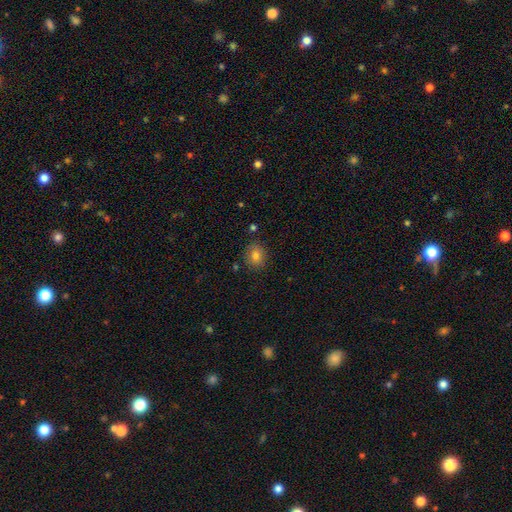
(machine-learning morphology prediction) A smooth galaxy with no disk features (81%) that is round (69%).

Vote fractions:
- Smooth or featured? smooth: 81% / star or artifact: 11% / featured or disk: 8%
- How rounded? round: 69% / in between: 30% / cigar-shaped: 1%
- Merging? none: 84% / minor disturbance: 11% / merger: 3% / major disturbance: 3%